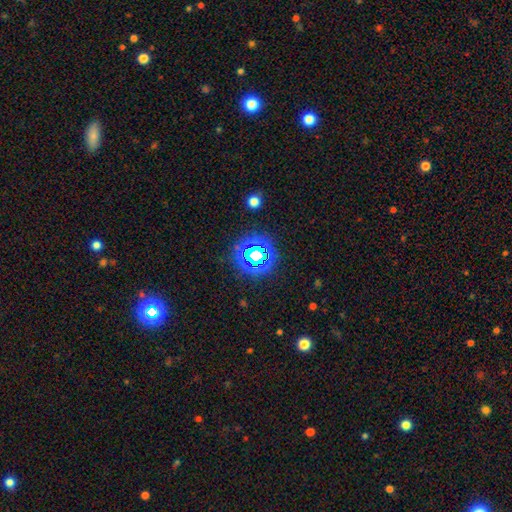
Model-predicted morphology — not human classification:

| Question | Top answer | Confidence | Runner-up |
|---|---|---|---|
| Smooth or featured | star or artifact | 69% | smooth (20%) |